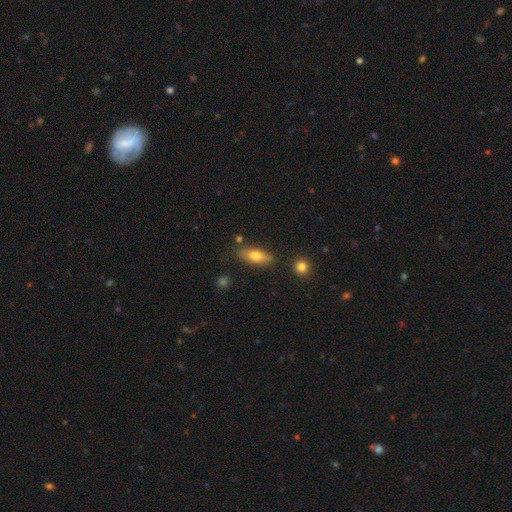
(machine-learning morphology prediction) smooth_or_featured: smooth (p=0.71) [alt: featured or disk p=0.22]
how_rounded: in between (p=0.70) [alt: cigar-shaped p=0.26]
merging: none (p=0.79) [alt: minor disturbance p=0.13]